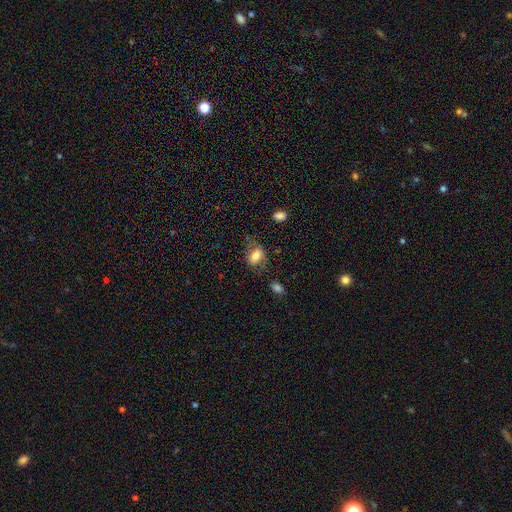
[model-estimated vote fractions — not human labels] This is likely a smooth galaxy (71%). How rounded: likely in between (78%). Merging: likely none (61%).